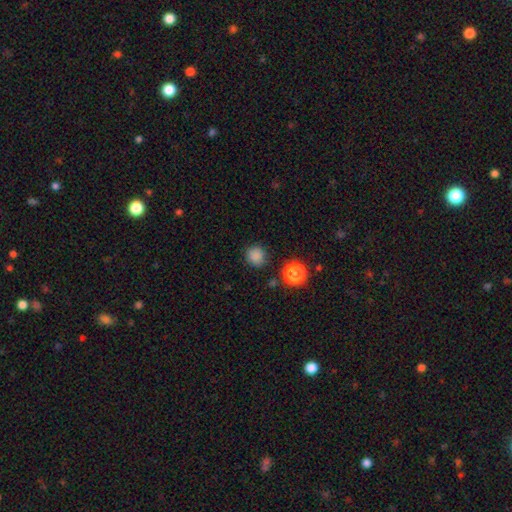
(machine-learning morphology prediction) A smooth galaxy with no disk features (82%) that is round (91%). Merging: none (84%).